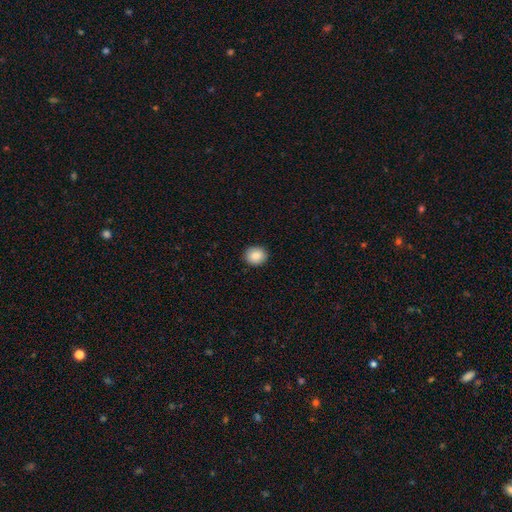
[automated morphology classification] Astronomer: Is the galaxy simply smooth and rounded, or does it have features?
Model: smooth — 84%.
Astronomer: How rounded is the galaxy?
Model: round — 79%.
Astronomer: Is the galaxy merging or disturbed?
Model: none — 91%.